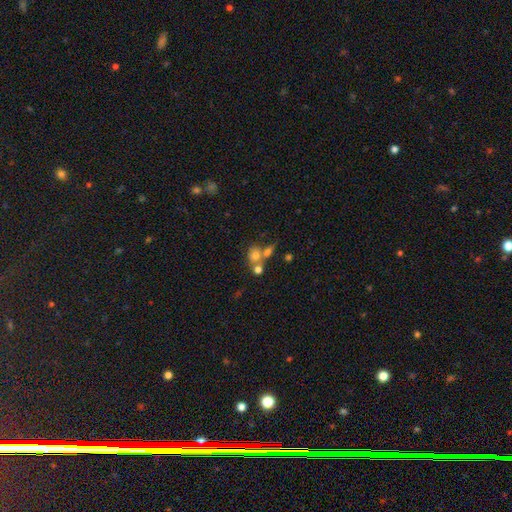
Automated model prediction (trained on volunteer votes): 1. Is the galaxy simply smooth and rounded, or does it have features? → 68% smooth, 18% featured or disk, 14% star or artifact.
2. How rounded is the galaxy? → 60% round, 38% in between, 2% cigar-shaped.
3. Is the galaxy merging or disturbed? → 47% merger, 36% none, 10% minor disturbance, 6% major disturbance.